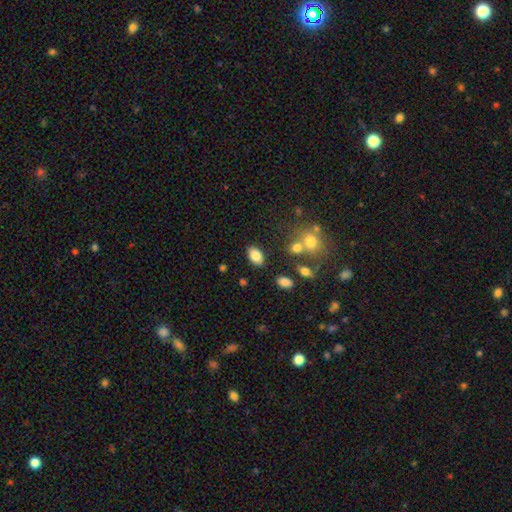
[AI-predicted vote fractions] A smooth galaxy with no disk features (84%) that is in between round and cigar-shaped (90%). Merging: none (82%).